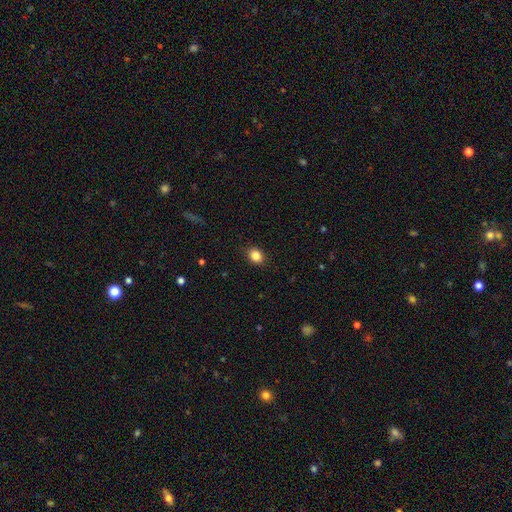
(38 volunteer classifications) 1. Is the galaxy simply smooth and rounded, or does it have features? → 84% smooth, 8% featured or disk, 8% star or artifact.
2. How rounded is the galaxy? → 66% round, 34% in between, 0% cigar-shaped.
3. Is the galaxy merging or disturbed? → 83% none, 17% minor disturbance, 0% major disturbance, 0% merger.